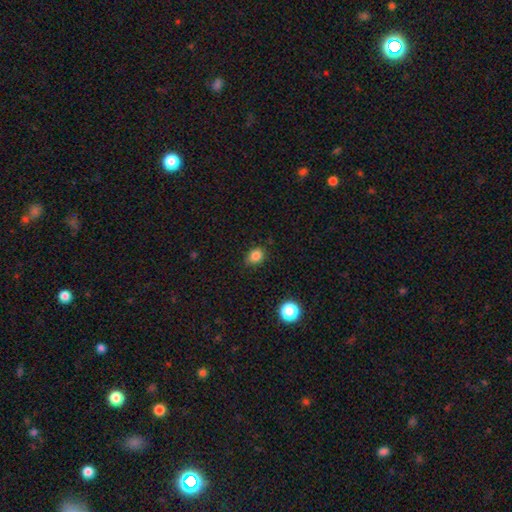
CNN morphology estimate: Smooth or featured? Predicted: smooth (p=0.84). How rounded? Predicted: in between (p=0.53). Merging? Predicted: none (p=0.82).